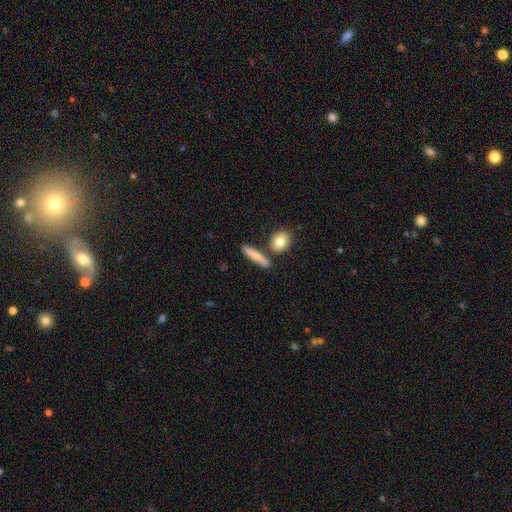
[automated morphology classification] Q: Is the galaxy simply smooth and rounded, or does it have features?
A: smooth — 72%.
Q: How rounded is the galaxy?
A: cigar-shaped — 74%.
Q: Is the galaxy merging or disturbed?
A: none — 77%.